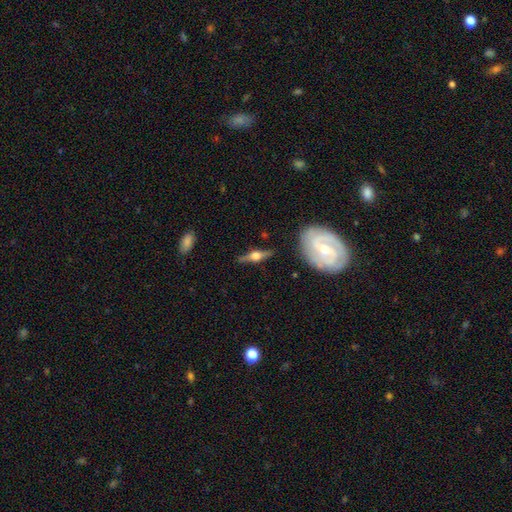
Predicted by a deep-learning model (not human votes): A featured or disk galaxy (76%) viewed edge-on (94%) with a rounded central bulge (94%).

Vote fractions:
- Smooth or featured? featured or disk: 76% / smooth: 18% / star or artifact: 6%
- Edge-on disk? yes: 94% / no: 6%
- Edge-on bulge? rounded: 94% / boxy: 5% / none: 2%
- Merging? none: 83% / minor disturbance: 11% / major disturbance: 3% / merger: 2%